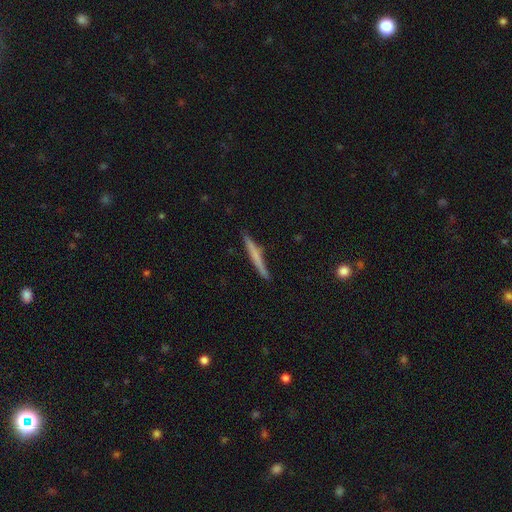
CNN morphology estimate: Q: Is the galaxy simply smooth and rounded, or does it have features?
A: smooth — 51%.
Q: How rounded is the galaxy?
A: cigar-shaped — 96%.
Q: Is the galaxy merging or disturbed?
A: none — 86%.